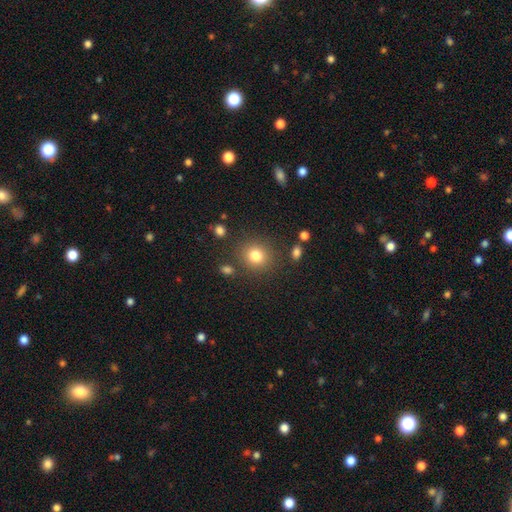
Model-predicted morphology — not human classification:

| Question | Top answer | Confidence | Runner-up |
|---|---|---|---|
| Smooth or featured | smooth | 81% | star or artifact (12%) |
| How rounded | round | 85% | in between (14%) |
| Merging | none | 84% | minor disturbance (9%) |